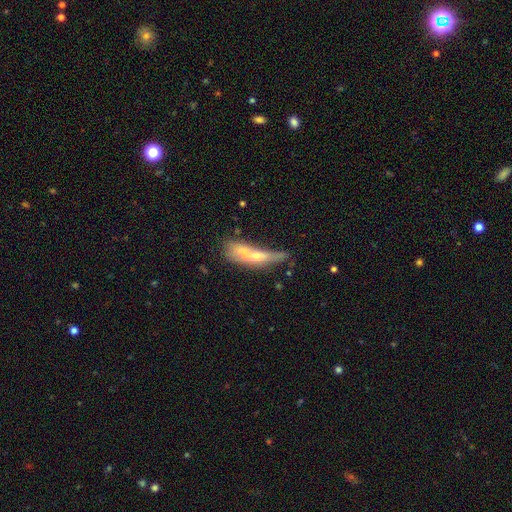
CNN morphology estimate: smooth-or-featured: smooth: 46% | featured or disk: 45% | star or artifact: 9%
  merging: none: 29% | merger: 25% | minor disturbance: 24% | major disturbance: 22%